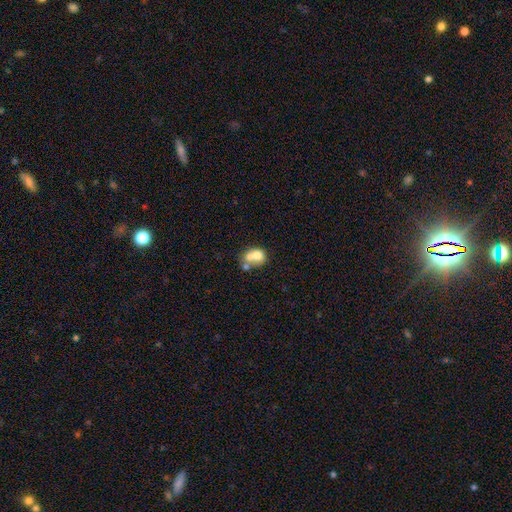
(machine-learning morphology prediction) smooth_or_featured: smooth (p=0.66) [alt: featured or disk p=0.24]
how_rounded: round (p=0.56) [alt: in between p=0.43]
merging: merger (p=0.60) [alt: none p=0.25]